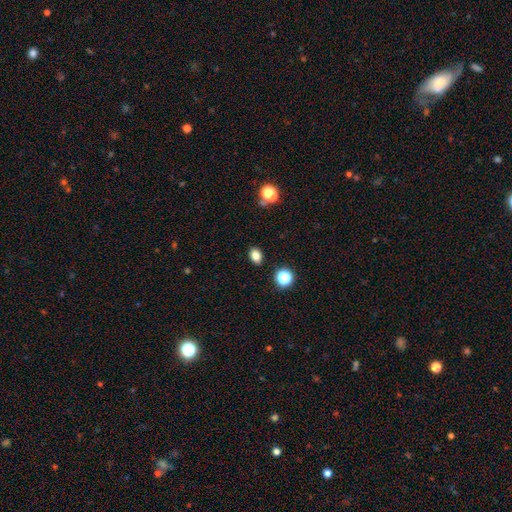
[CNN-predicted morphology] This is clearly a smooth galaxy (81%). How rounded: likely in between (70%). Merging: clearly none (87%).